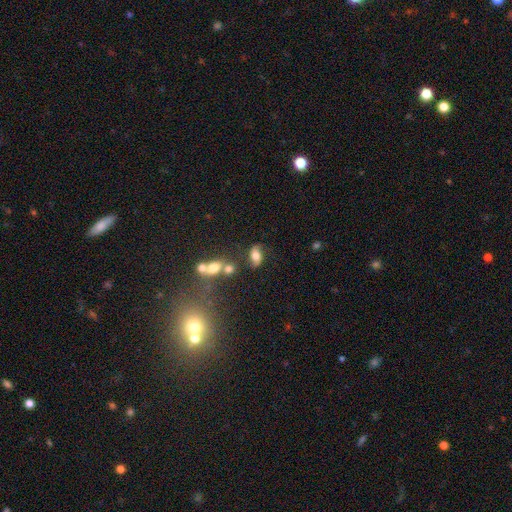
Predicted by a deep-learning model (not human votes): Smooth or featured? Predicted: smooth (p=0.50). Merging? Predicted: none (p=0.63).